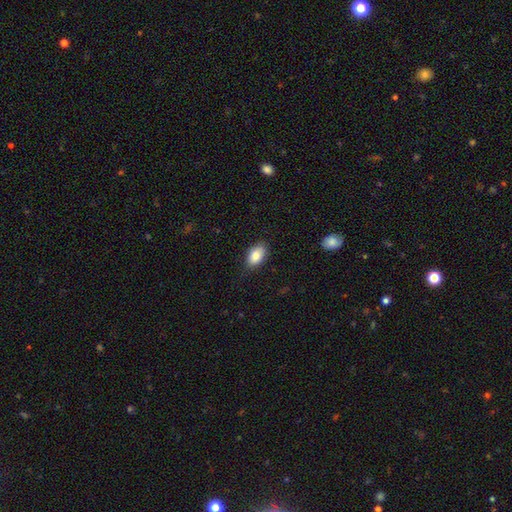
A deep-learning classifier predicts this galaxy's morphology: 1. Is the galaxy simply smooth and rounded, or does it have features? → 85% smooth, 7% featured or disk, 7% star or artifact.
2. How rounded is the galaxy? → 91% in between, 7% round, 2% cigar-shaped.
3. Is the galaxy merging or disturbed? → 83% none, 13% minor disturbance, 3% major disturbance, 1% merger.